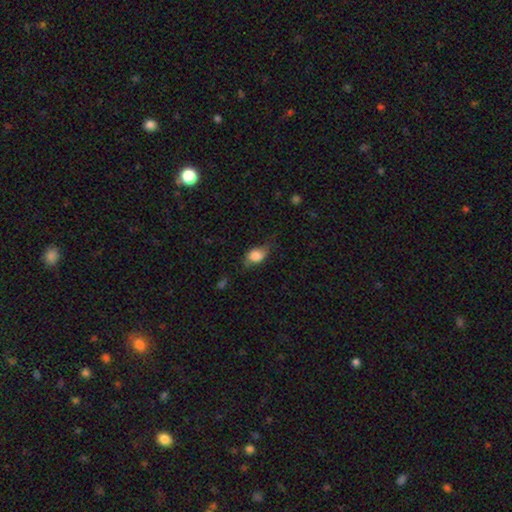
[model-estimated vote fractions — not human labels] This is likely a smooth galaxy (78%). How rounded: likely in between (76%). Merging: possibly none (52%).